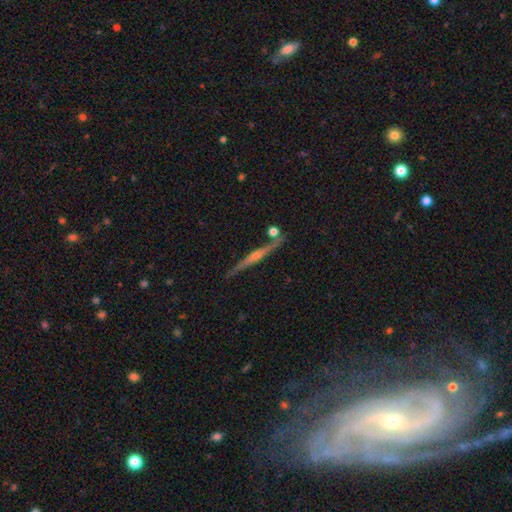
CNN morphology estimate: smooth-or-featured: featured or disk: 80% | smooth: 13% | star or artifact: 7%
  disk-edge-on: yes: 98% | no: 2%
    edge-on-bulge: rounded: 76% | none: 15% | boxy: 9%
  merging: none: 85% | minor disturbance: 9% | merger: 4% | major disturbance: 2%